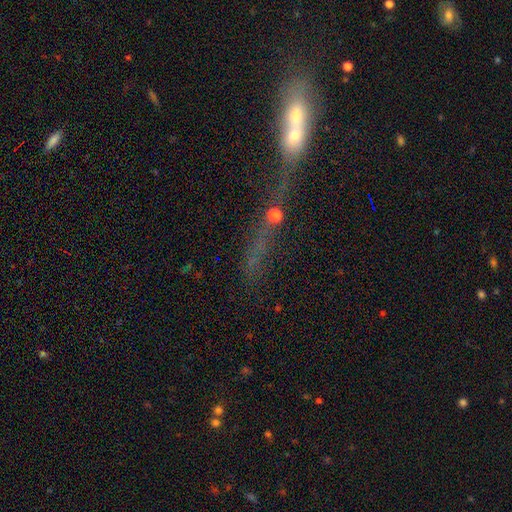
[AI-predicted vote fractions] Smooth or featured: smooth — 38% (featured or disk — 37%)
Merging: merger — 65% (none — 16%)